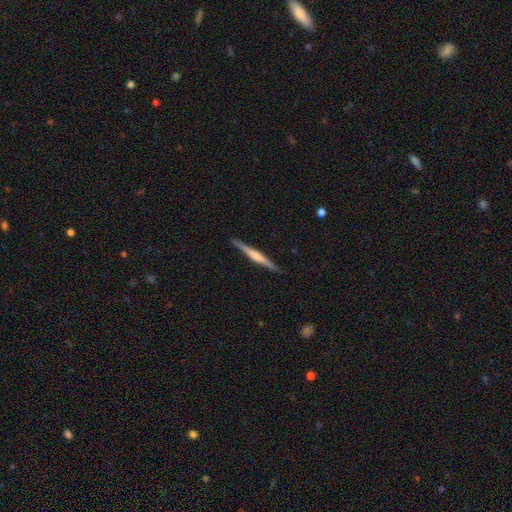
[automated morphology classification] Q: Smooth or featured?
A: featured or disk (69%); runner-up: smooth (26%)
Q: Edge-on disk?
A: yes (98%); runner-up: no (2%)
Q: Edge-on bulge?
A: rounded (63%); runner-up: none (19%)
Q: Merging?
A: none (91%); runner-up: minor disturbance (6%)